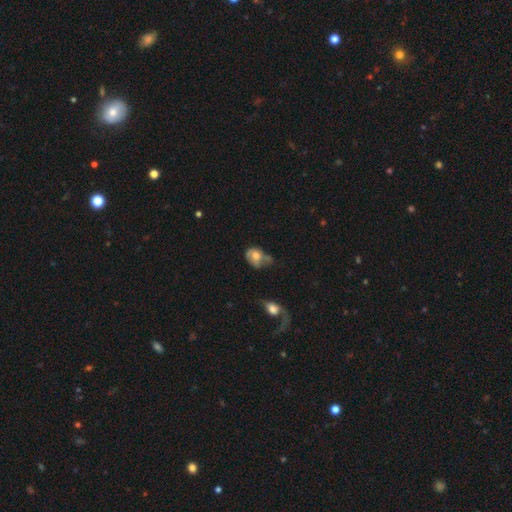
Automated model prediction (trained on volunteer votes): The model was most divided on "merging": minor disturbance: 34%, major disturbance: 28%, none: 26%, merger: 12%. More confident: how rounded — in between (64%); smooth or featured — smooth (61%).